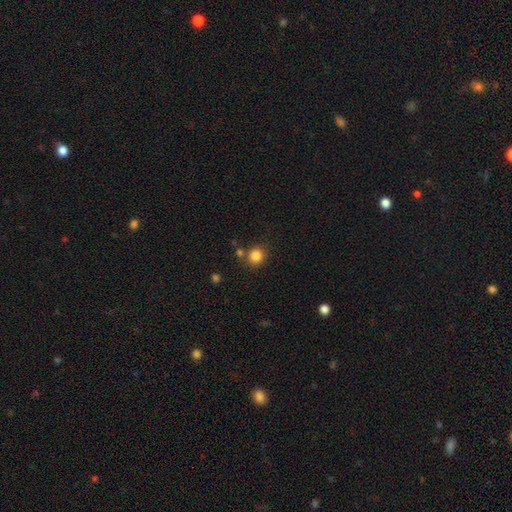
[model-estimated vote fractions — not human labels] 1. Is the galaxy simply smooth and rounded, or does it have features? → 84% smooth, 11% star or artifact, 4% featured or disk.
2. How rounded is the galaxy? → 89% round, 10% in between, 1% cigar-shaped.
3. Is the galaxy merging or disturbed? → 77% none, 10% merger, 9% minor disturbance, 3% major disturbance.